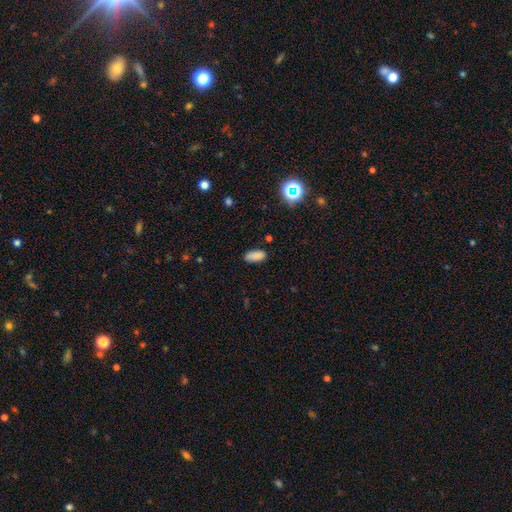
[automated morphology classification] A smooth galaxy with no disk features (85%) that is in between round and cigar-shaped (85%).

Vote fractions:
- Smooth or featured? smooth: 85% / star or artifact: 10% / featured or disk: 5%
- How rounded? in between: 85% / cigar-shaped: 12% / round: 3%
- Merging? none: 80% / minor disturbance: 15% / major disturbance: 3% / merger: 2%